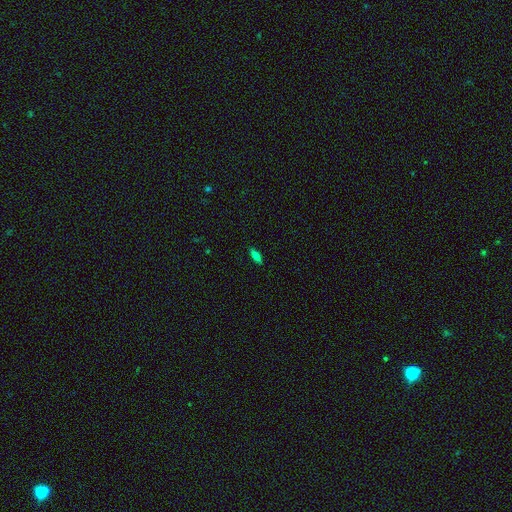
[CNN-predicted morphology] This appears to be a smooth galaxy with no disk features (69%) that is in between round and cigar-shaped (66%). Merging: none (88%).